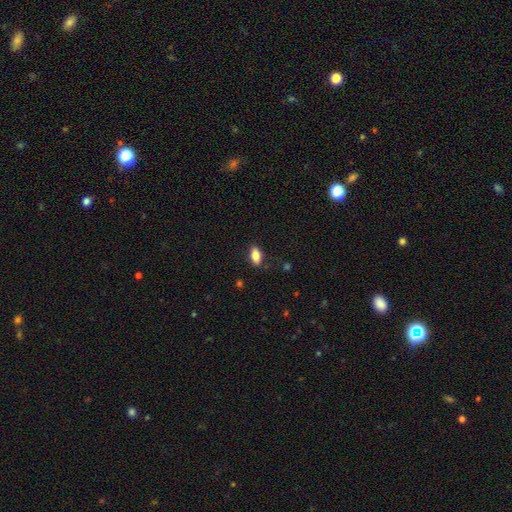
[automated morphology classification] This appears to be a smooth galaxy with no disk features (81%) that is in between round and cigar-shaped (86%). Merging: none (86%).